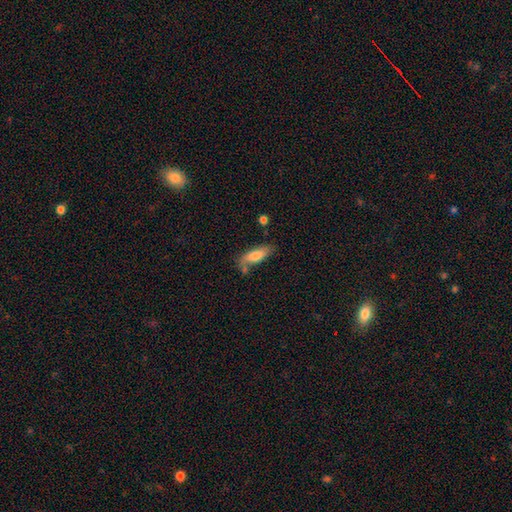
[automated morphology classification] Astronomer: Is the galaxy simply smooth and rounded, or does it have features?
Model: smooth — 73%.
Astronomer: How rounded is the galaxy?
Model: in between — 63%.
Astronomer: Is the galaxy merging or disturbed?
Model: none — 58%.